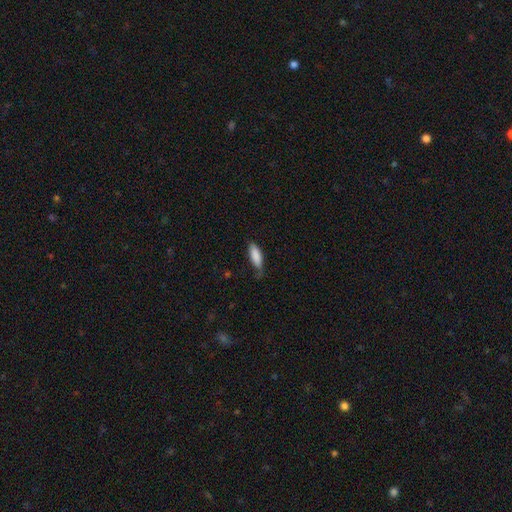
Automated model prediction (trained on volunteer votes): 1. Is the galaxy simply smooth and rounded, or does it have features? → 86% smooth, 8% featured or disk, 6% star or artifact.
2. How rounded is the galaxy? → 65% in between, 33% cigar-shaped, 2% round.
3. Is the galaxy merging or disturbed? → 60% none, 31% minor disturbance, 7% major disturbance, 2% merger.